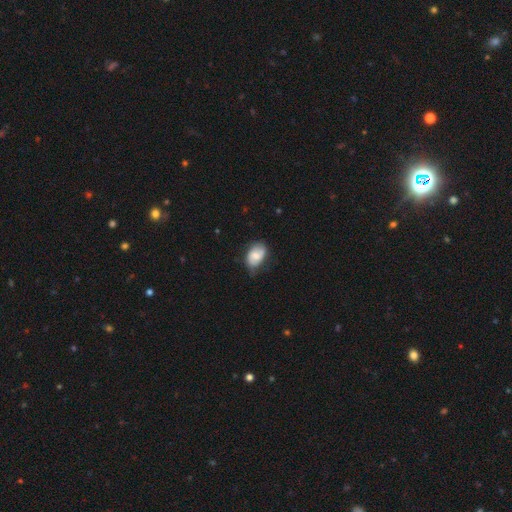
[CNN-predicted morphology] This is possibly a smooth galaxy (54%). How rounded: clearly in between (84%). Merging: possibly none (60%).